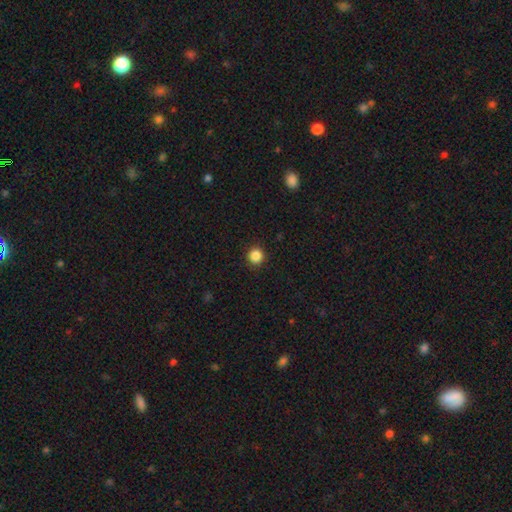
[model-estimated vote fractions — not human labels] The model was most divided on "smooth or featured": smooth: 87%, star or artifact: 10%, featured or disk: 3%. More confident: how rounded — round (93%); merging — none (92%).